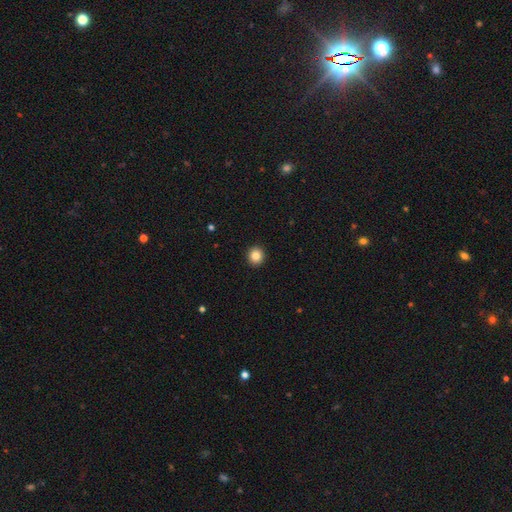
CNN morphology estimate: The model was most divided on "smooth or featured": smooth: 85%, star or artifact: 10%, featured or disk: 5%. More confident: merging — none (93%); how rounded — round (93%).